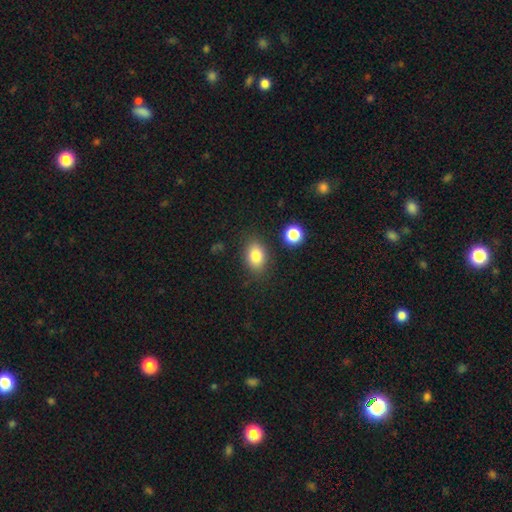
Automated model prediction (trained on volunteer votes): A smooth galaxy with no disk features (82%) that is in between round and cigar-shaped (77%).

Vote fractions:
- Smooth or featured? smooth: 82% / star or artifact: 10% / featured or disk: 8%
- How rounded? in between: 77% / round: 21% / cigar-shaped: 1%
- Merging? none: 83% / minor disturbance: 11% / major disturbance: 3% / merger: 3%